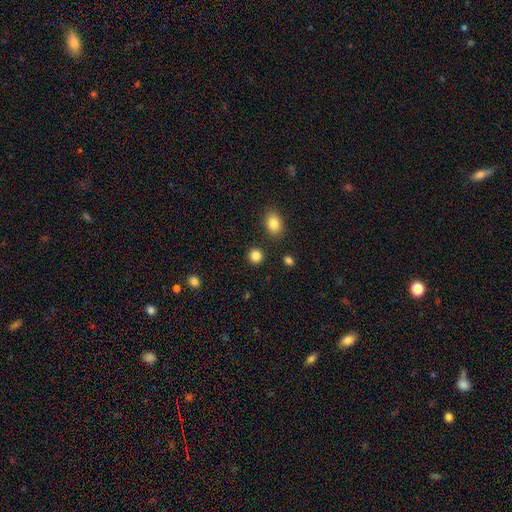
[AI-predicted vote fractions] This is clearly a smooth galaxy (85%). How rounded: clearly round (87%). Merging: clearly none (89%).